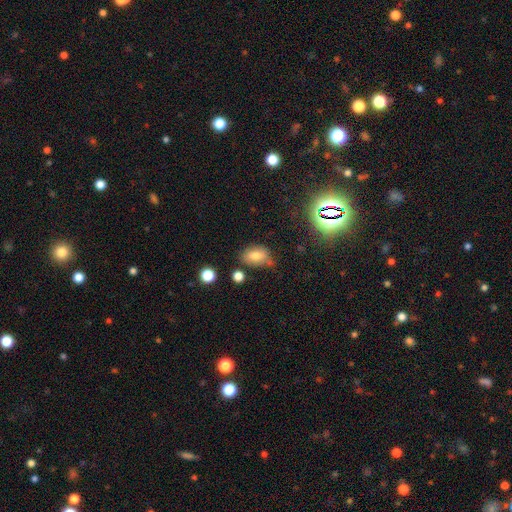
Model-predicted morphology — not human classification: Overall: smooth (75%). How rounded: in between (85%). Merging: none (59%; minor disturbance 26%).